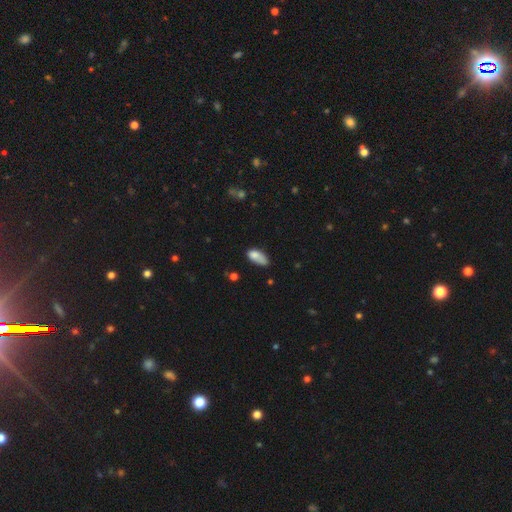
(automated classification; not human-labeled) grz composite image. It shows a smooth galaxy with no disk features (78%) that is in between round and cigar-shaped (86%). Merging: none (40%).